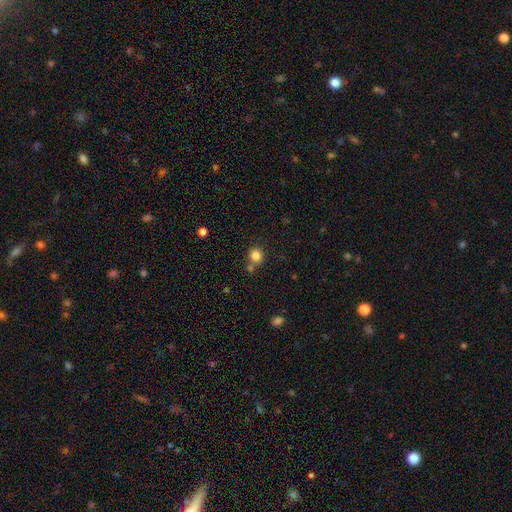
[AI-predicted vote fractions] Smooth or featured? Predicted: smooth (p=0.82). How rounded? Predicted: round (p=0.85). Merging? Predicted: none (p=0.64).